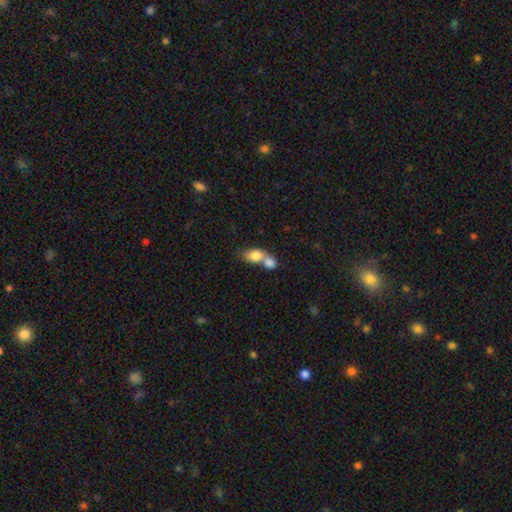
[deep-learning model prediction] Morphology: type=smooth (79%); roundness=in between (76%); merging=merger (73%).